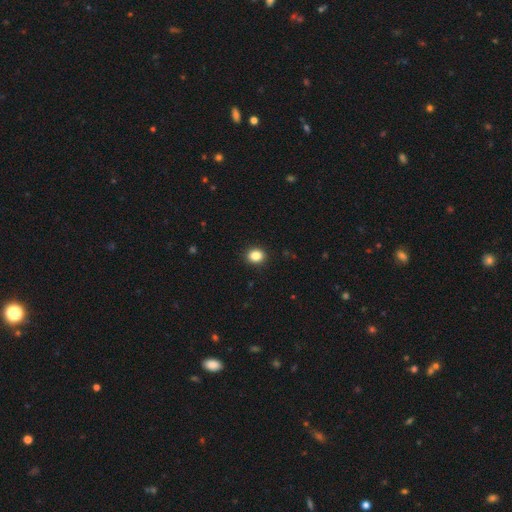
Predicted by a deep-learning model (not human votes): Q: Smooth or featured?
A: smooth (86%); runner-up: star or artifact (10%)
Q: How rounded?
A: round (67%); runner-up: in between (32%)
Q: Merging?
A: none (91%); runner-up: minor disturbance (6%)